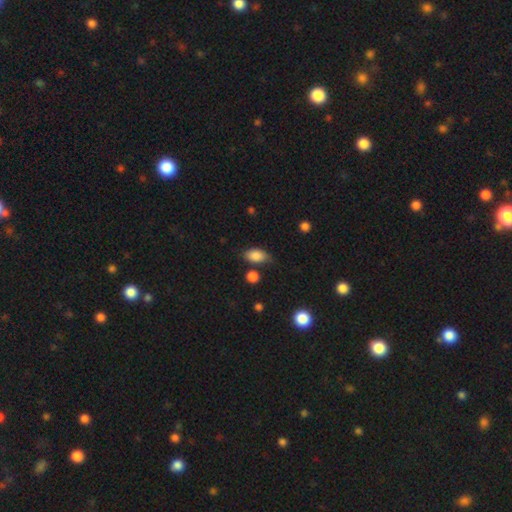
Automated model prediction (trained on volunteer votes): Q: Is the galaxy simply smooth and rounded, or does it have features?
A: smooth — 85%.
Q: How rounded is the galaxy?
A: in between — 89%.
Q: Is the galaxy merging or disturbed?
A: none — 68%.